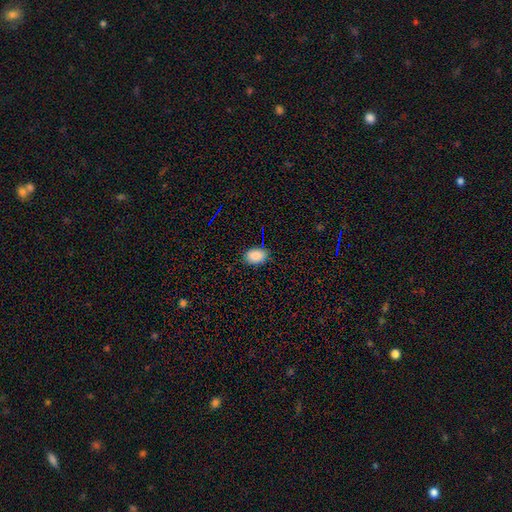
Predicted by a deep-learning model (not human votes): Overall: smooth (87%). How rounded: in between (81%). Merging: none (81%).